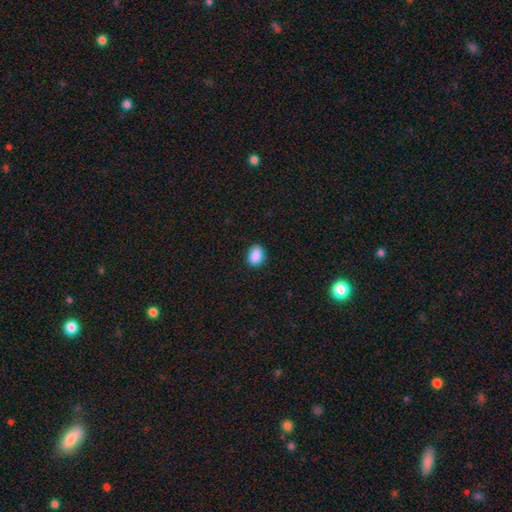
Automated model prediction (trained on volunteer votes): Overall: smooth (89%). How rounded: in between (70%). Merging: none (86%).